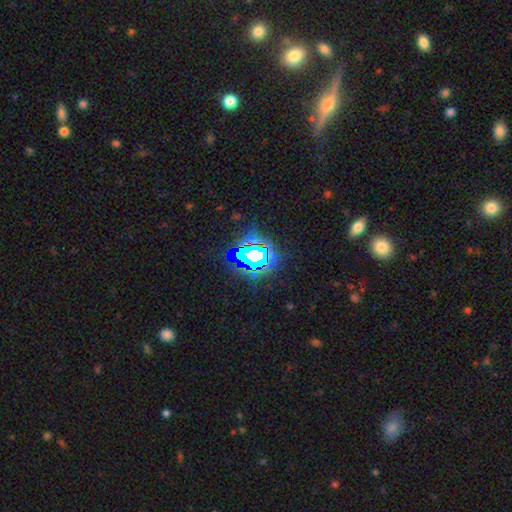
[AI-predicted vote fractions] star or artifact 59%, smooth 21%, featured or disk 19%.